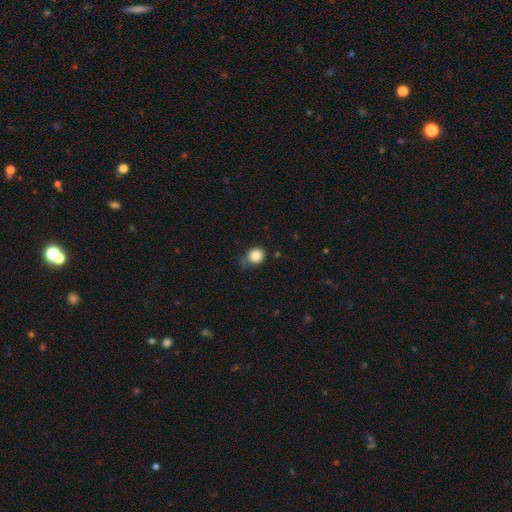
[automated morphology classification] Smooth or featured? smooth (85%)
How rounded? round (82%)
Merging? none (63%)